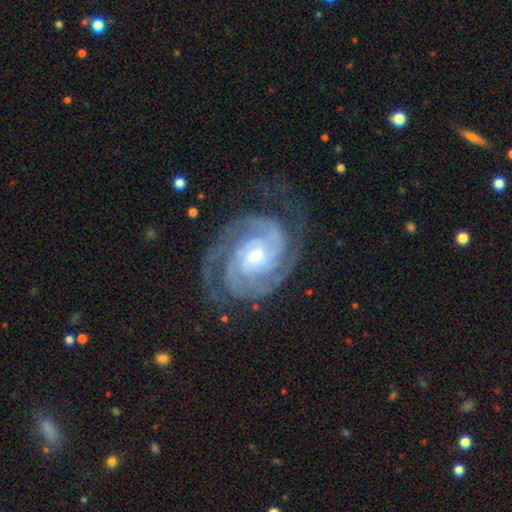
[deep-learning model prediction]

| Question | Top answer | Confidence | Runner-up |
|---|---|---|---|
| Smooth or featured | featured or disk | 92% | star or artifact (4%) |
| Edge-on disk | no | 97% | yes (3%) |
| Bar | no | 65% | weak (25%) |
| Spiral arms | yes | 98% | no (2%) |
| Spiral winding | tight | 73% | medium (24%) |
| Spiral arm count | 2 | 52% | 3 (23%) |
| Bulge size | small | 58% | moderate (38%) |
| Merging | none | 74% | minor disturbance (16%) |